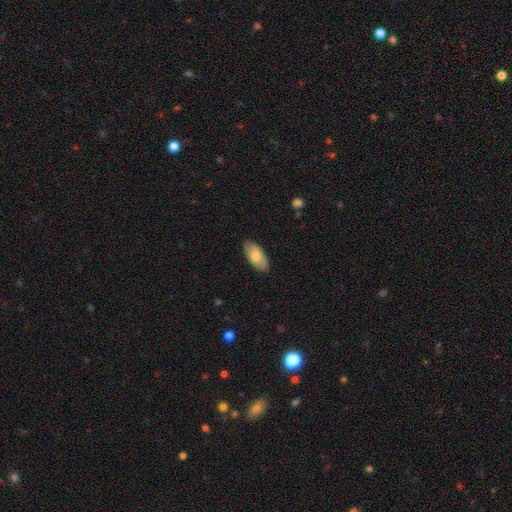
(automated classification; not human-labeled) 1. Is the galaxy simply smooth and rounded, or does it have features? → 75% smooth, 20% featured or disk, 6% star or artifact.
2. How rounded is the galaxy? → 93% in between, 4% cigar-shaped, 2% round.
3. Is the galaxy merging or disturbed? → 86% none, 11% minor disturbance, 2% major disturbance, 1% merger.